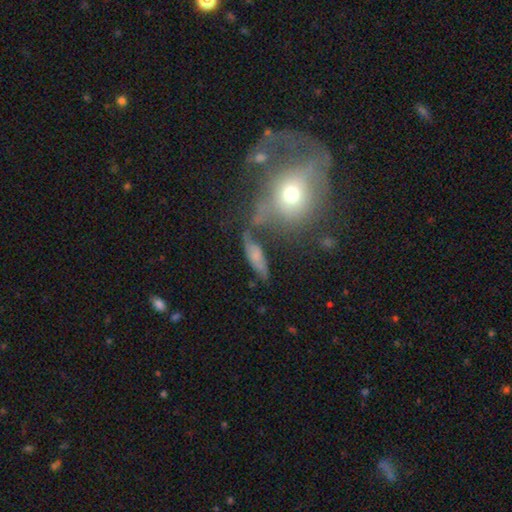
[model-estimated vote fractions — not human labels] This appears to be a smooth galaxy with no disk features (47%). Merging: none (48%).